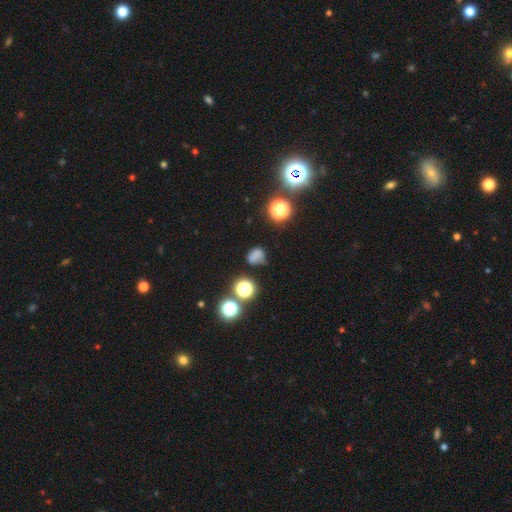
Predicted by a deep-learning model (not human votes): Smooth or featured? Predicted: smooth (p=0.65). How rounded? Predicted: round (p=0.55). Merging? Predicted: none (p=0.54).